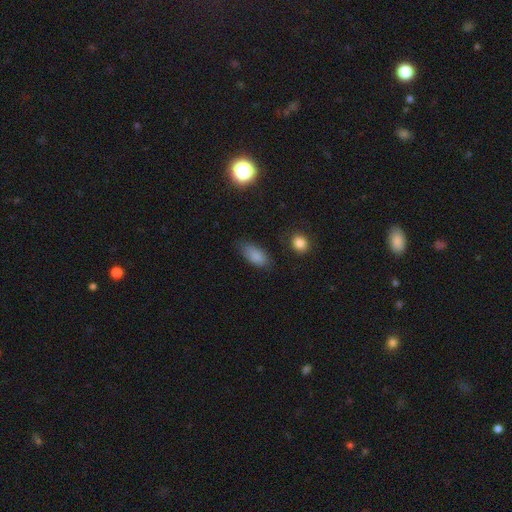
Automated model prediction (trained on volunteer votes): A smooth galaxy with no disk features (86%) that is in between round and cigar-shaped (90%).

Vote fractions:
- Smooth or featured? smooth: 86% / star or artifact: 9% / featured or disk: 6%
- How rounded? in between: 90% / cigar-shaped: 7% / round: 4%
- Merging? none: 74% / minor disturbance: 19% / major disturbance: 5% / merger: 2%